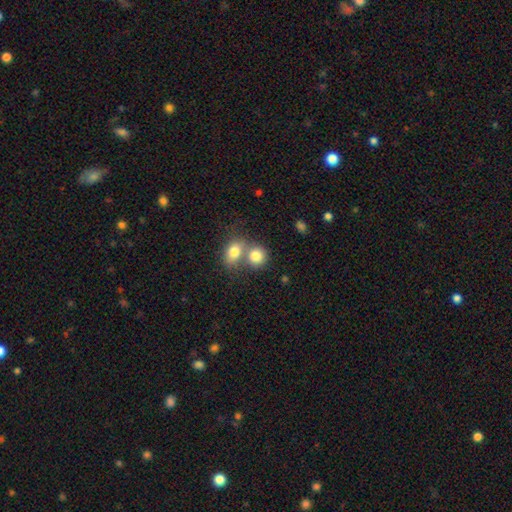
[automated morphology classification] Smooth or featured? smooth (81%)
How rounded? round (70%)
Merging? merger (57%)